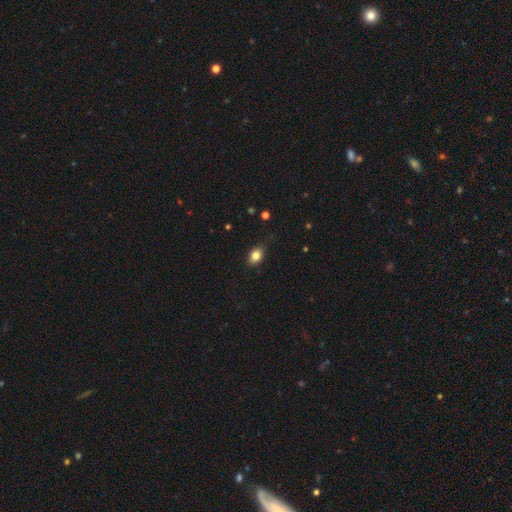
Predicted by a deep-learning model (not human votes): Smooth or featured? Predicted: smooth (p=0.83). How rounded? Predicted: in between (p=0.71). Merging? Predicted: none (p=0.79).